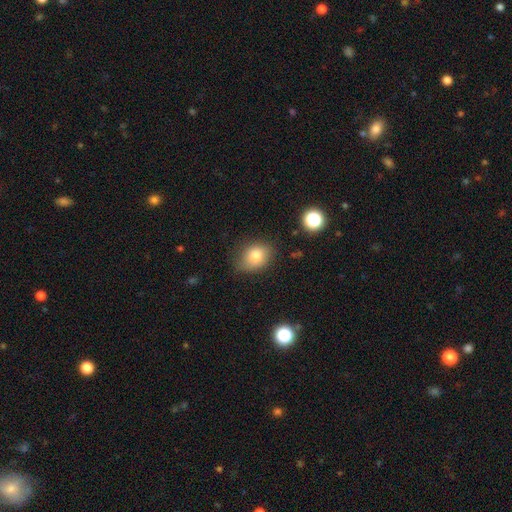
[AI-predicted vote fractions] This appears to be a smooth galaxy with no disk features (79%) that is in between round and cigar-shaped (60%). Merging: none (68%).